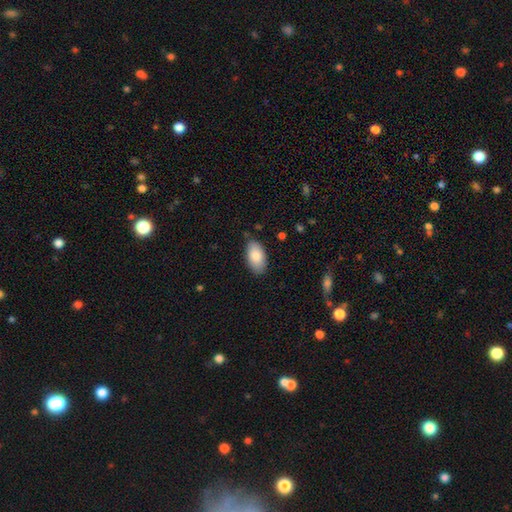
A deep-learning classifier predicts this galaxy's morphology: This appears to be a smooth galaxy with no disk features (85%) that is in between round and cigar-shaped (95%). Merging: none (82%).